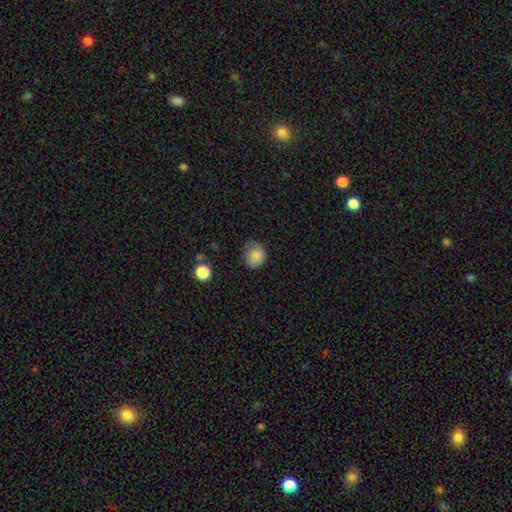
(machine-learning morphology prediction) A smooth galaxy with no disk features (80%) that is round (66%).

Vote fractions:
- Smooth or featured? smooth: 80% / featured or disk: 10% / star or artifact: 9%
- How rounded? round: 66% / in between: 34% / cigar-shaped: 1%
- Merging? none: 58% / minor disturbance: 31% / major disturbance: 10% / merger: 1%